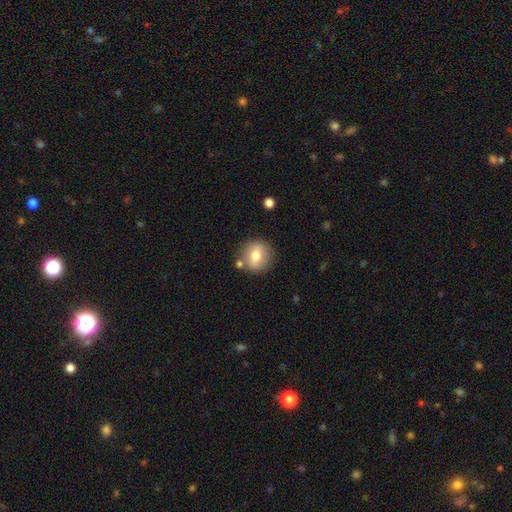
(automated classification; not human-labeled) Smooth or featured? smooth (66%)
How rounded? round (87%)
Merging? none (79%)